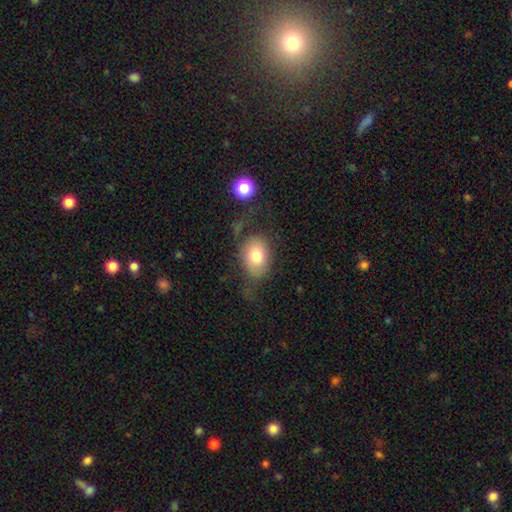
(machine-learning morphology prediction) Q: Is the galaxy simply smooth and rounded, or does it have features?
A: smooth — 73%.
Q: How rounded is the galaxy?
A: in between — 67%.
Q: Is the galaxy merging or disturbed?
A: none — 56%.